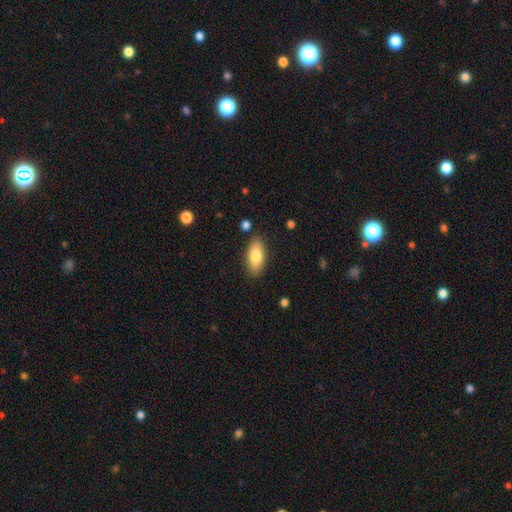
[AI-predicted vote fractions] Overall: smooth (80%). How rounded: in between (88%). Merging: none (85%).